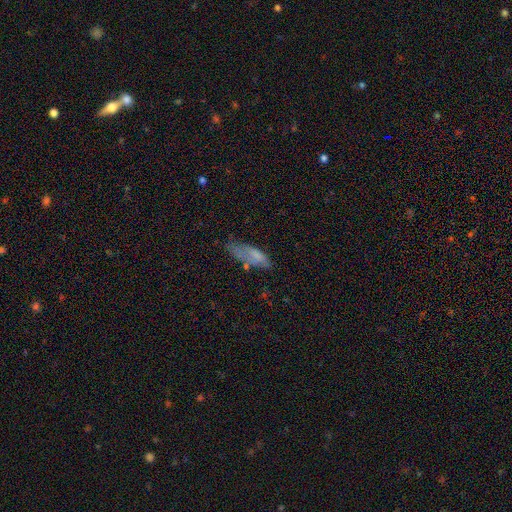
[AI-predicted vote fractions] Overall: smooth (65%). How rounded: in between (54%; cigar-shaped 44%). Merging: none (47%; minor disturbance 30%).